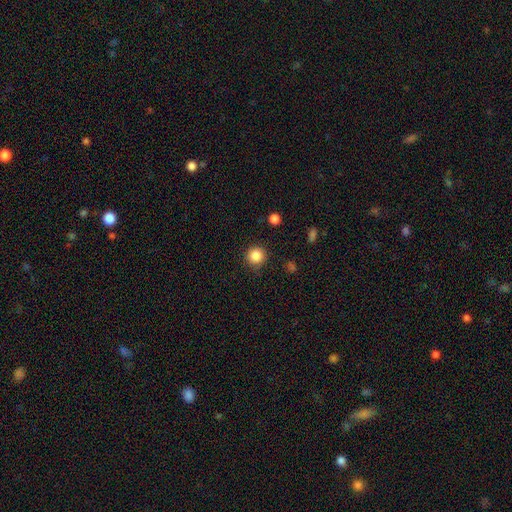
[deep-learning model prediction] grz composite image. It shows a smooth galaxy with no disk features (85%) that is round (94%). Merging: none (88%).